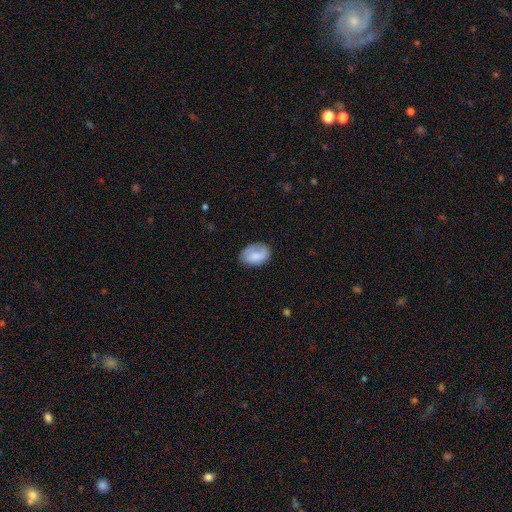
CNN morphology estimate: Overall: smooth (78%). How rounded: in between (83%). Merging: none (68%).